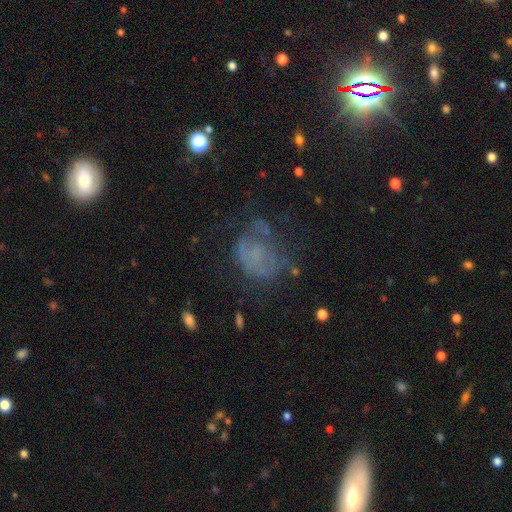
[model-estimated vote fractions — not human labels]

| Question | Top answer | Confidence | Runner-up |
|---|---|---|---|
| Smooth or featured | featured or disk | 43% | smooth (35%) |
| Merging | none | 41% | major disturbance (33%) |